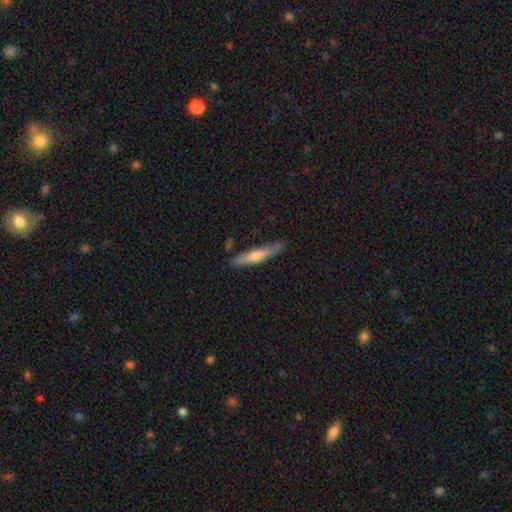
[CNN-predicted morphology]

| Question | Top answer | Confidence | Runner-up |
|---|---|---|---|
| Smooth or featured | smooth | 49% | featured or disk (45%) |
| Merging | none | 77% | minor disturbance (18%) |